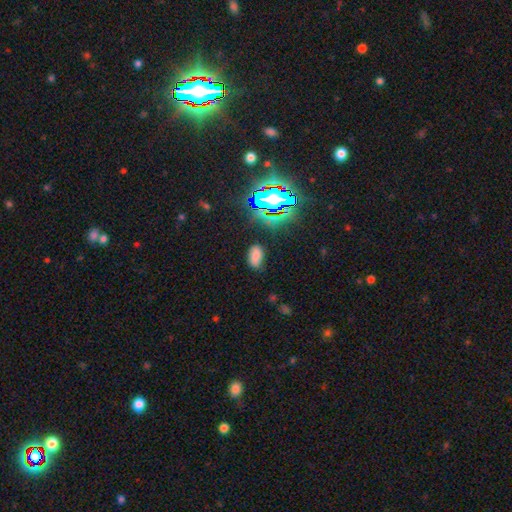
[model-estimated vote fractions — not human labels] Smooth or featured: smooth — 68% (star or artifact — 22%)
How rounded: in between — 91% (round — 6%)
Merging: none — 77% (minor disturbance — 16%)